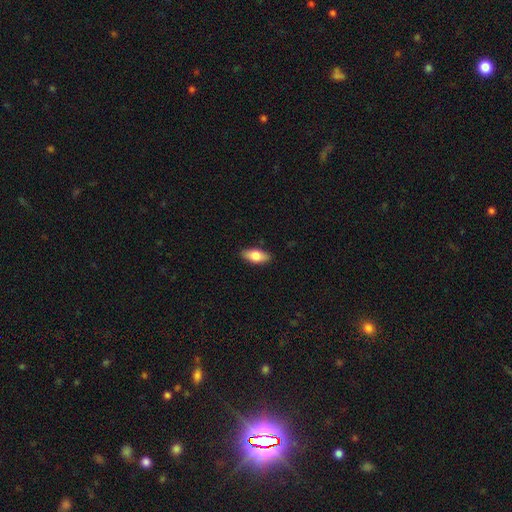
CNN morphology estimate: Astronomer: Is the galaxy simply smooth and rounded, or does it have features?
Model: smooth — 76%.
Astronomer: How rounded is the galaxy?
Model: in between — 87%.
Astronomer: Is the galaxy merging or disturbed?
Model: none — 89%.